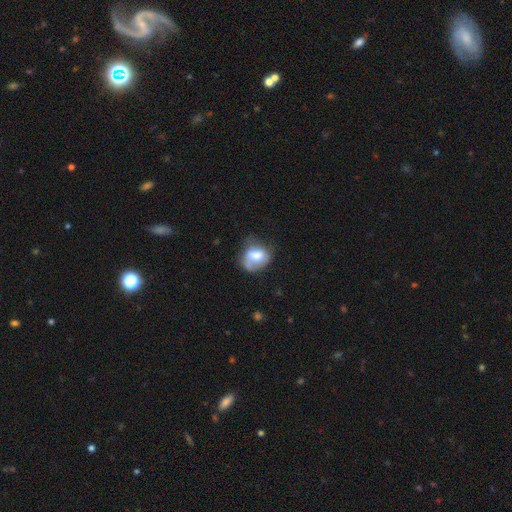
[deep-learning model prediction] Overall: smooth (62%; featured or disk 30%). How rounded: in between (53%; round 46%). Merging: none (38%; minor disturbance 32%).